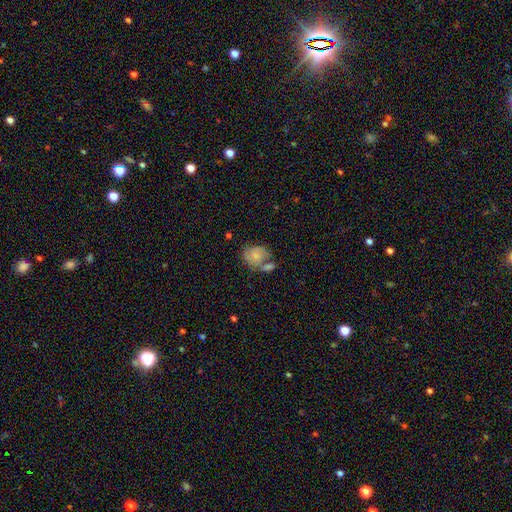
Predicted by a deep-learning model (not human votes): smooth 54%, featured or disk 38%, star or artifact 8%. Down the decision tree: how rounded — round (51%); merging — merger (35%).